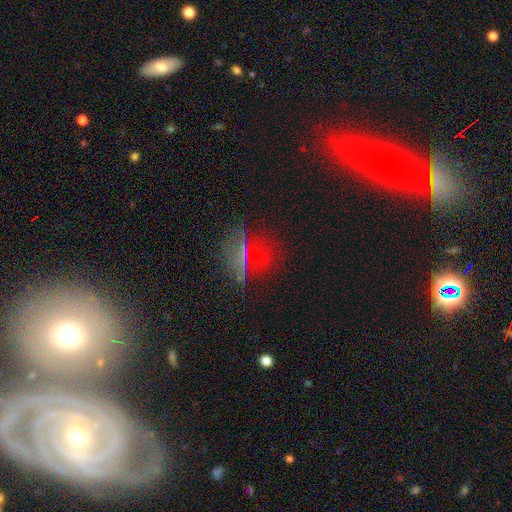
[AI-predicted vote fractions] A smooth galaxy with no disk features (41%).

Vote fractions:
- Smooth or featured? smooth: 41% / star or artifact: 33% / featured or disk: 27%
- Merging? none: 69% / minor disturbance: 14% / merger: 9% / major disturbance: 8%